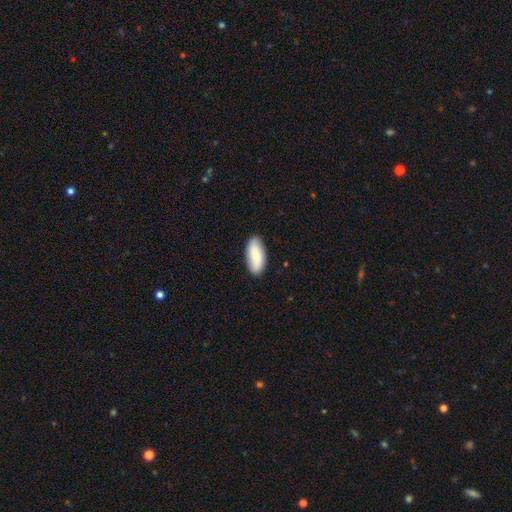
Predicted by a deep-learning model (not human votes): This appears to be a smooth galaxy with no disk features (78%) that is in between round and cigar-shaped (86%). Merging: none (88%).